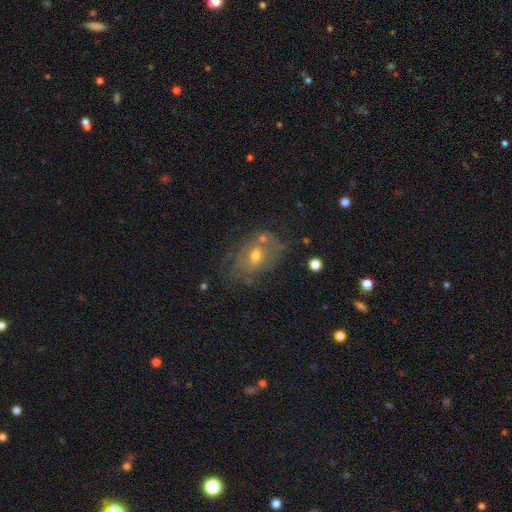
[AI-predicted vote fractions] featured or disk 56%, smooth 33%, star or artifact 11%. Down the decision tree: edge-on disk — no (95%); bar — no (77%); spiral arms — yes (52%); bulge size — moderate (66%); merging — none (52%).